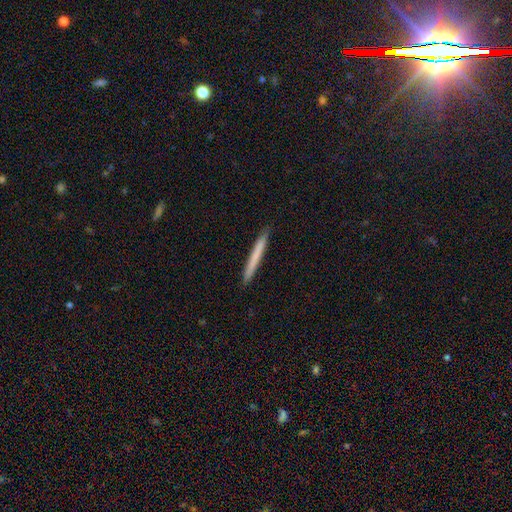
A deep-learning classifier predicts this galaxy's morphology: type=smooth (68%); roundness=cigar-shaped (97%); merging=none (91%).